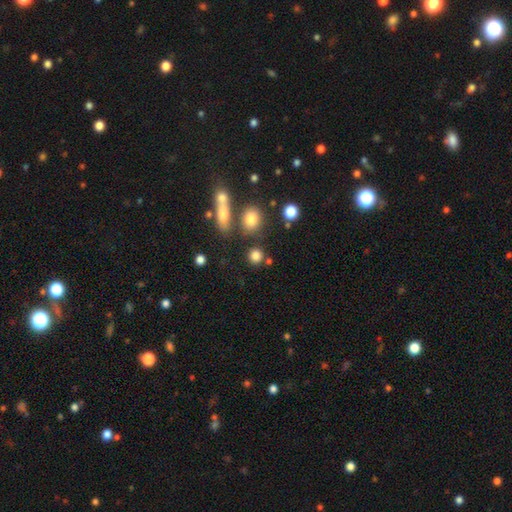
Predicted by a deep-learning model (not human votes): smooth_or_featured: smooth (p=0.82) [alt: star or artifact p=0.12]
how_rounded: round (p=0.85) [alt: in between p=0.13]
merging: none (p=0.76) [alt: merger p=0.11]